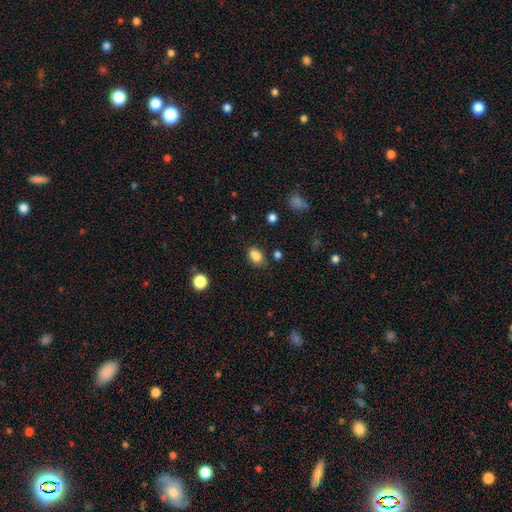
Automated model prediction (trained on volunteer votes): Q: Smooth or featured?
A: smooth (83%); runner-up: star or artifact (11%)
Q: How rounded?
A: in between (79%); runner-up: round (20%)
Q: Merging?
A: none (69%); runner-up: minor disturbance (21%)